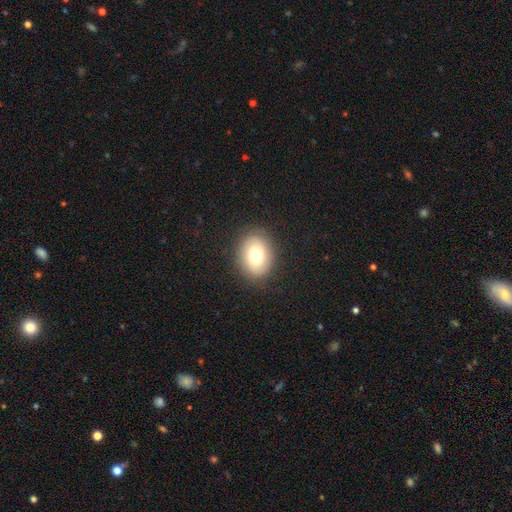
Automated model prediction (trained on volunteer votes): Morphology: type=smooth (75%); roundness=in between (60%); merging=none (87%).